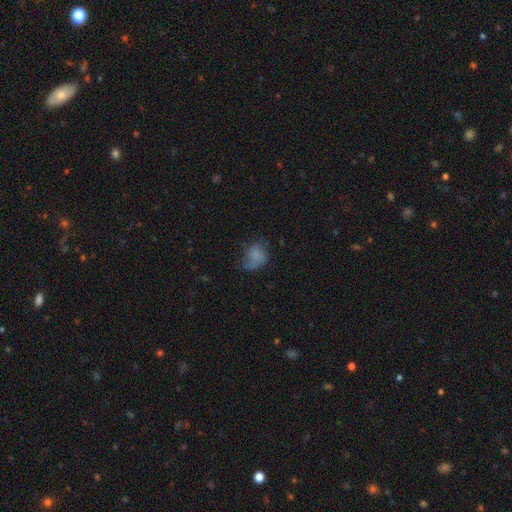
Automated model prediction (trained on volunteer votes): Smooth or featured: smooth — 68% (featured or disk — 21%)
How rounded: in between — 59% (round — 39%)
Merging: none — 40% (minor disturbance — 31%)